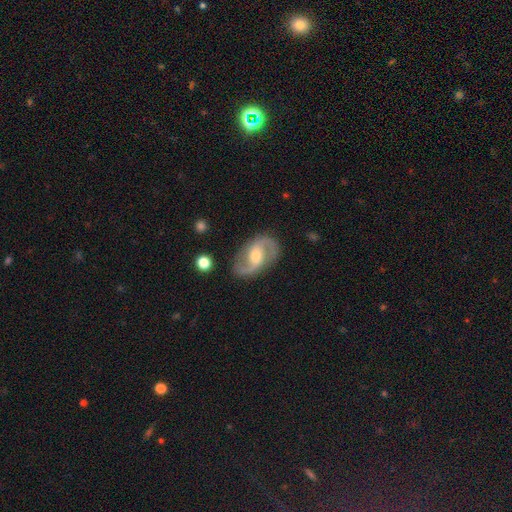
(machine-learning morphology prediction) This appears to be a featured or disk galaxy (88%) with a weak bar (48%), 2 (94%) medium (51%) spiral arms (96%) and a moderate central bulge (62%). Merging: none (85%).